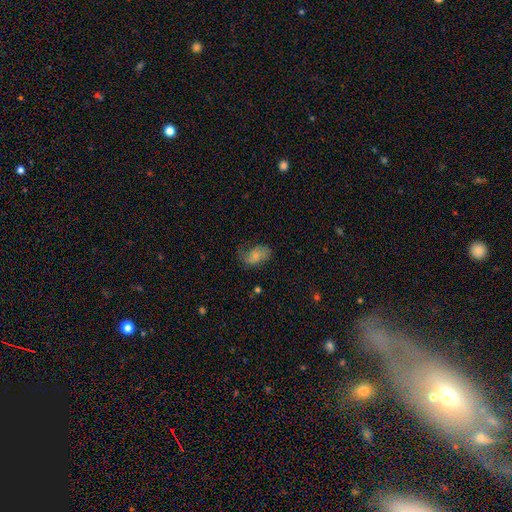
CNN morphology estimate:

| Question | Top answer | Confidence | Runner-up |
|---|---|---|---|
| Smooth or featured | smooth | 63% | featured or disk (28%) |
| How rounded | in between | 89% | round (9%) |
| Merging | none | 46% | minor disturbance (32%) |